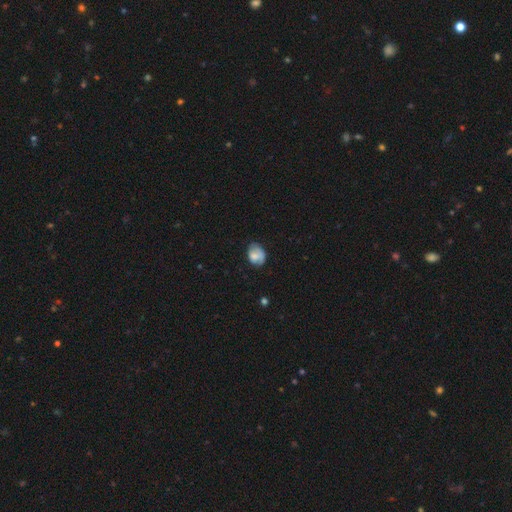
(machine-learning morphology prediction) Smooth or featured? Predicted: smooth (p=0.67). How rounded? Predicted: in between (p=0.67). Merging? Predicted: none (p=0.53).